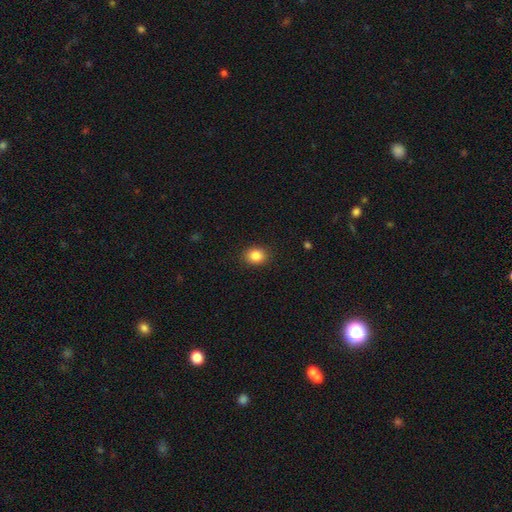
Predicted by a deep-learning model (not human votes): Smooth or featured?
  - smooth: 86% *
  - star or artifact: 9%
  - featured or disk: 5%
How rounded?
  - round: 55% *
  - in between: 44%
  - cigar-shaped: 1%
Merging?
  - none: 89% *
  - minor disturbance: 8%
  - major disturbance: 2%
  - merger: 1%